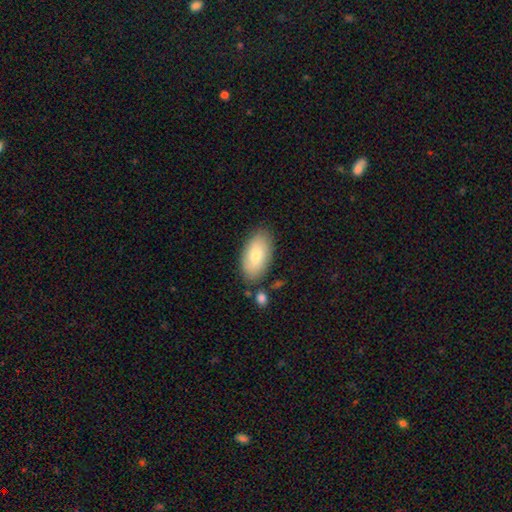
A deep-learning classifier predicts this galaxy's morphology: Q: Smooth or featured?
A: smooth (78%); runner-up: featured or disk (17%)
Q: How rounded?
A: in between (95%); runner-up: cigar-shaped (3%)
Q: Merging?
A: none (79%); runner-up: minor disturbance (14%)